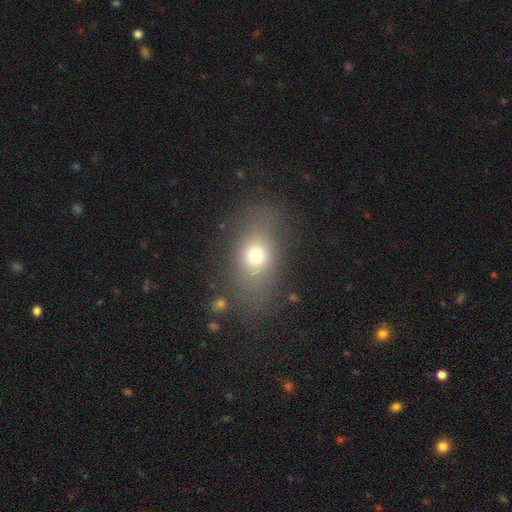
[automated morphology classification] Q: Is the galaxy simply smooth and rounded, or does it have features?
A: smooth — 70%.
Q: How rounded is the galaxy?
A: in between — 65%.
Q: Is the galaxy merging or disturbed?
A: none — 72%.